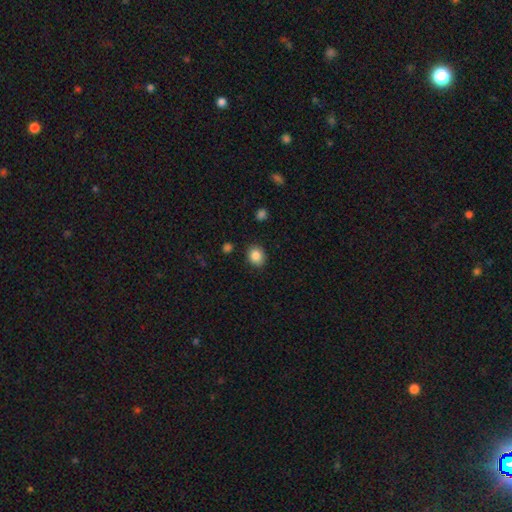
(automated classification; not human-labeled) This appears to be a smooth galaxy with no disk features (86%) that is round (66%). Merging: none (86%).